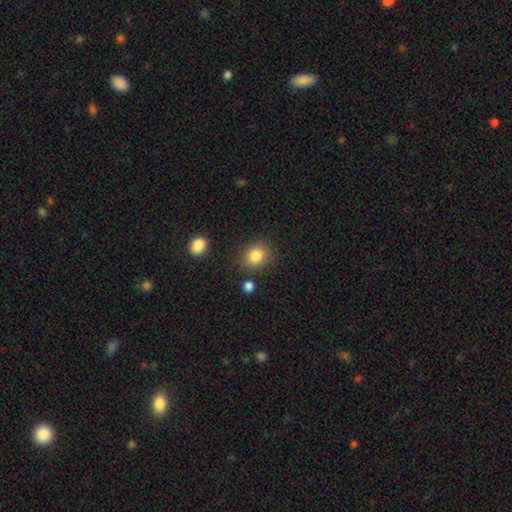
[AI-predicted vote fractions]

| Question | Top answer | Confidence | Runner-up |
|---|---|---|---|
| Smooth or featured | smooth | 84% | star or artifact (10%) |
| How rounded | round | 65% | in between (35%) |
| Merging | none | 81% | minor disturbance (11%) |